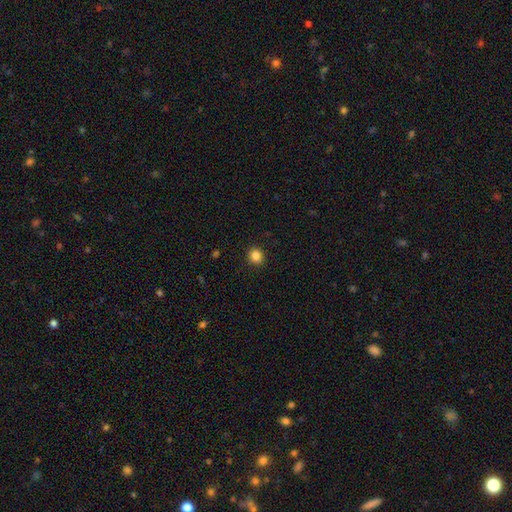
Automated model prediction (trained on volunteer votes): This appears to be a smooth galaxy with no disk features (85%) that is round (88%). Merging: none (91%).